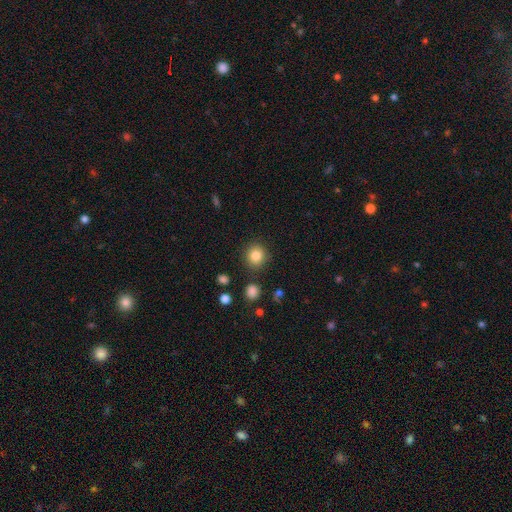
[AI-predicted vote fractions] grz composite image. It shows a smooth galaxy with no disk features (83%) that is round (87%). Merging: none (87%).